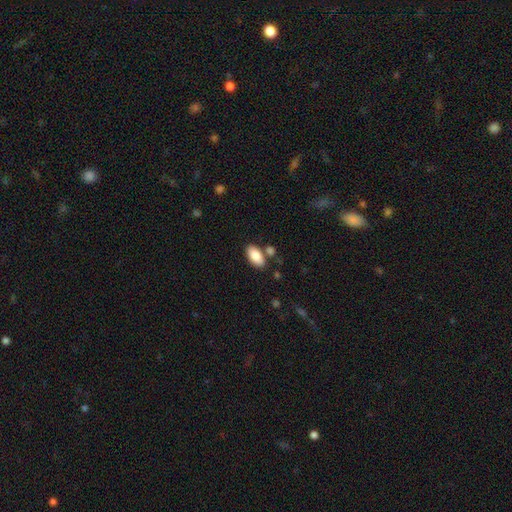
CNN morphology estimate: Smooth or featured? Predicted: smooth (p=0.86). How rounded? Predicted: in between (p=0.93). Merging? Predicted: none (p=0.77).